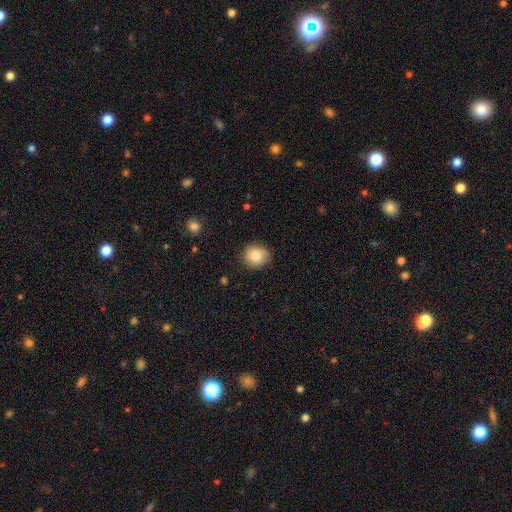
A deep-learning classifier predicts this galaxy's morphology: This is clearly a smooth galaxy (87%). How rounded: likely round (79%). Merging: clearly none (84%).